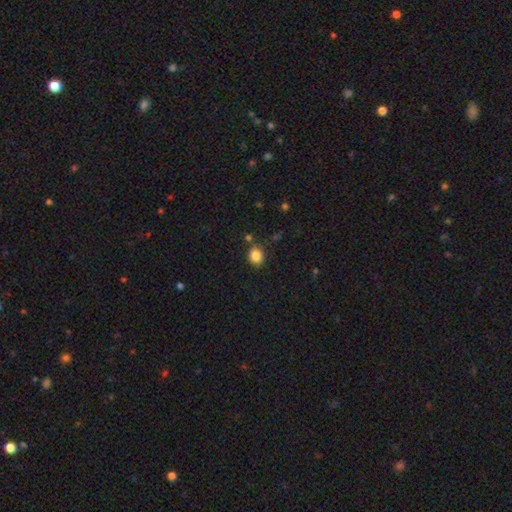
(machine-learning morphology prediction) Overall: smooth (85%). How rounded: round (68%; in between 31%). Merging: none (81%).